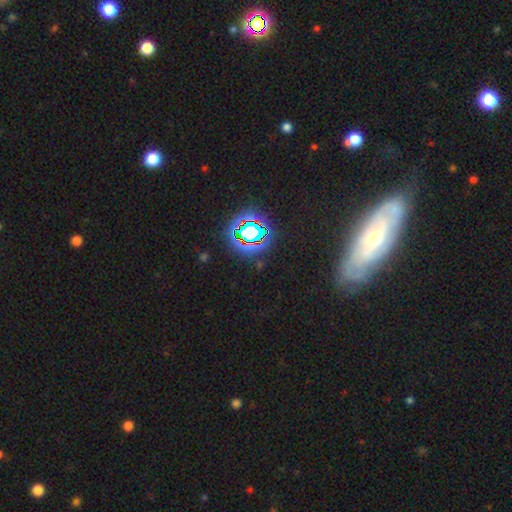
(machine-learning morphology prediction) Smooth or featured? star or artifact (47%)